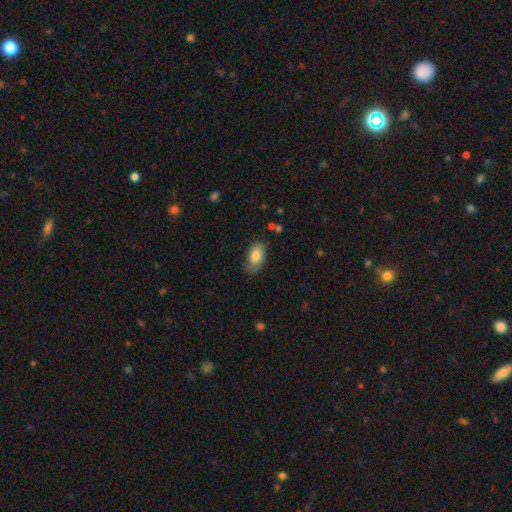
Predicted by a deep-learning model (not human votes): Smooth or featured?
  - smooth: 83% *
  - featured or disk: 10%
  - star or artifact: 7%
How rounded?
  - in between: 92% *
  - round: 5%
  - cigar-shaped: 3%
Merging?
  - none: 72% *
  - minor disturbance: 22%
  - major disturbance: 5%
  - merger: 2%